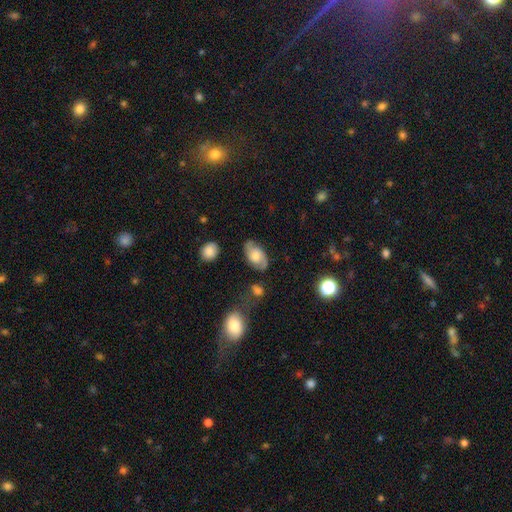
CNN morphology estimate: The model was most divided on "smooth or featured": featured or disk: 58%, smooth: 34%, star or artifact: 8%. More confident: edge-on disk — no (95%); spiral arms — yes (86%); merging — none (72%); bar — no (69%); bulge size — moderate (53%).